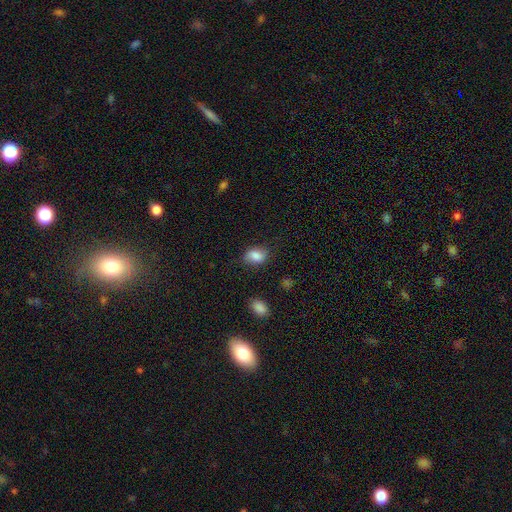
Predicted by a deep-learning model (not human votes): This is clearly a smooth galaxy (83%). How rounded: likely in between (72%). Merging: likely none (73%).